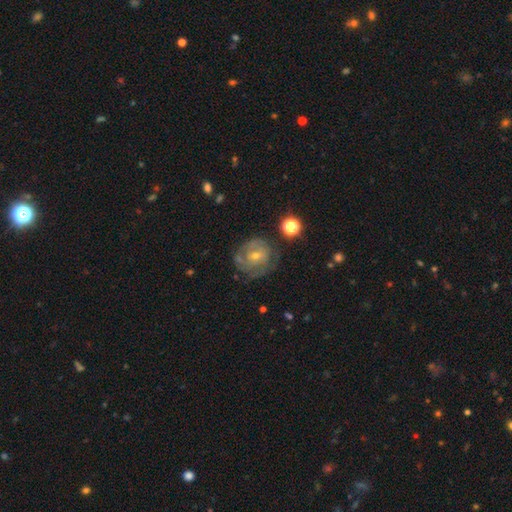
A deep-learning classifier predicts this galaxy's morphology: A featured or disk galaxy (67%) with no bar (62%), spiral arms (76%) and a small central bulge (58%). Merging: none (67%).